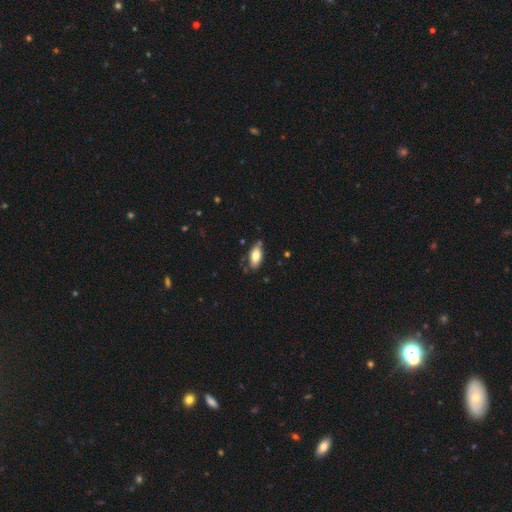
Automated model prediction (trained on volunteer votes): smooth 76%, featured or disk 18%, star or artifact 7%. Down the decision tree: how rounded — in between (89%); merging — none (73%).